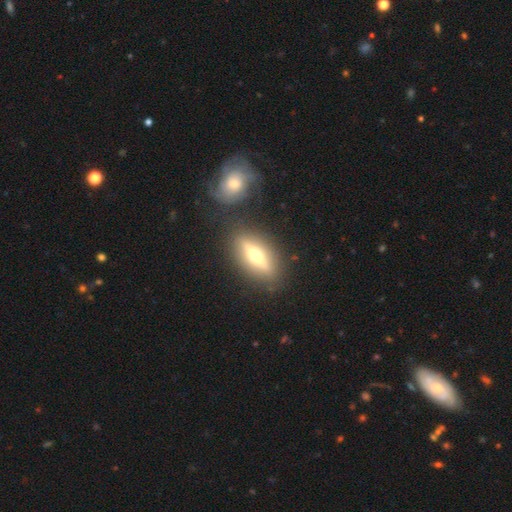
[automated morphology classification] smooth_or_featured: featured or disk (p=0.65) [alt: smooth p=0.29]
disk_edge_on: yes (p=0.84) [alt: no p=0.16]
edge_on_bulge: rounded (p=0.95) [alt: boxy p=0.02]
merging: none (p=0.82) [alt: minor disturbance p=0.08]